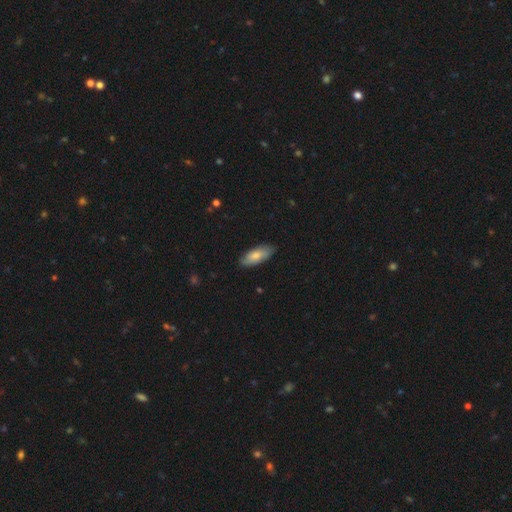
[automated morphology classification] Q: Smooth or featured?
A: smooth (73%); runner-up: featured or disk (21%)
Q: How rounded?
A: in between (78%); runner-up: cigar-shaped (20%)
Q: Merging?
A: none (82%); runner-up: minor disturbance (15%)